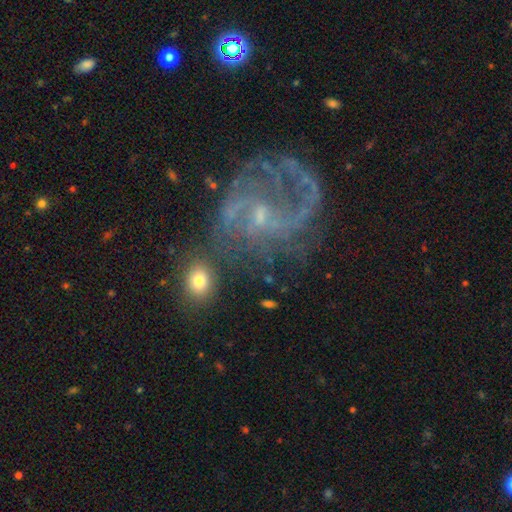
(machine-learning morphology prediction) The model was most divided on "bar": no: 48%, weak: 42%, strong: 10%. Remaining: edge-on disk — no (98%); spiral arms — yes (90%); smooth or featured — featured or disk (81%); bulge size — small (73%); merging — none (48%); spiral arm count — 2 (46%); spiral winding — medium (44%).